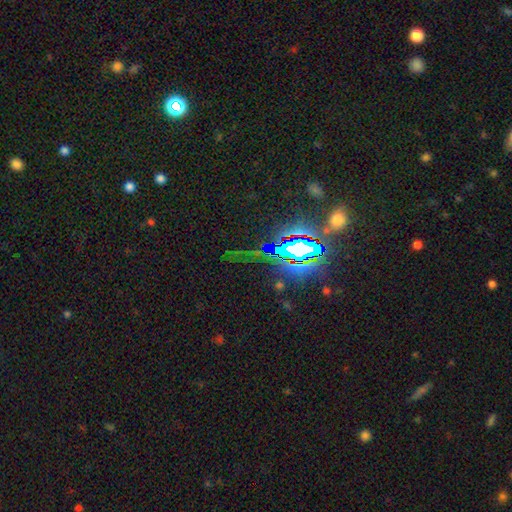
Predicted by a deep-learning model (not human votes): The model was most divided on "smooth or featured": star or artifact: 83%, smooth: 9%, featured or disk: 8%.